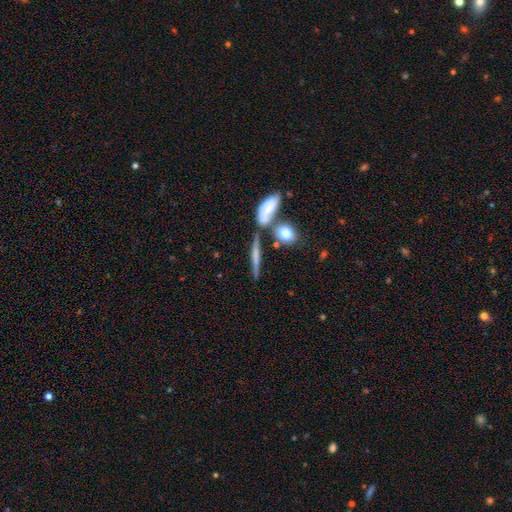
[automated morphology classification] smooth-or-featured: smooth: 48% | featured or disk: 43% | star or artifact: 9%
  merging: none: 63% | merger: 19% | minor disturbance: 13% | major disturbance: 5%